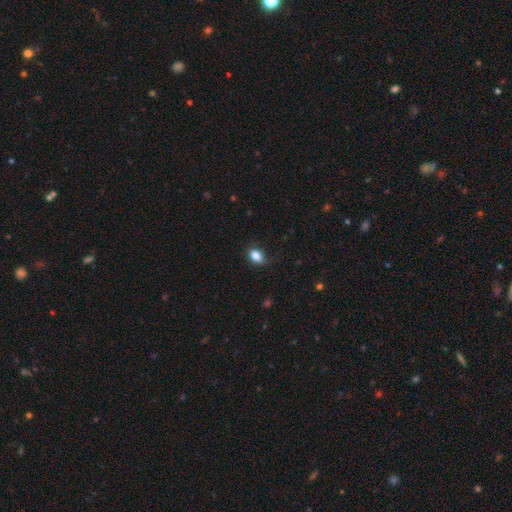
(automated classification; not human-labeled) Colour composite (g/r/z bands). It shows a smooth galaxy with no disk features (85%) that is in between round and cigar-shaped (78%). Merging: none (78%).